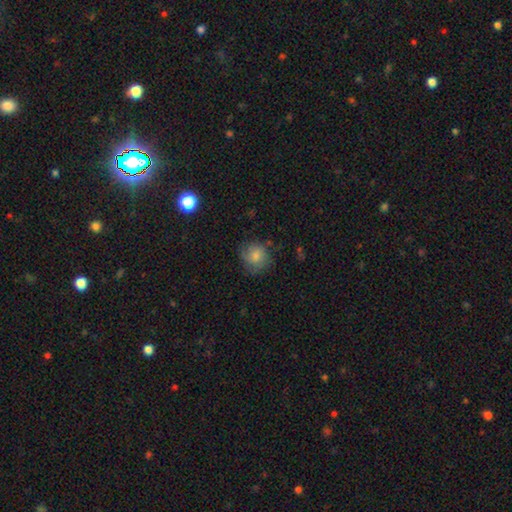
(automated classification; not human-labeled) This is likely a smooth galaxy (76%). How rounded: clearly round (85%). Merging: likely none (69%).